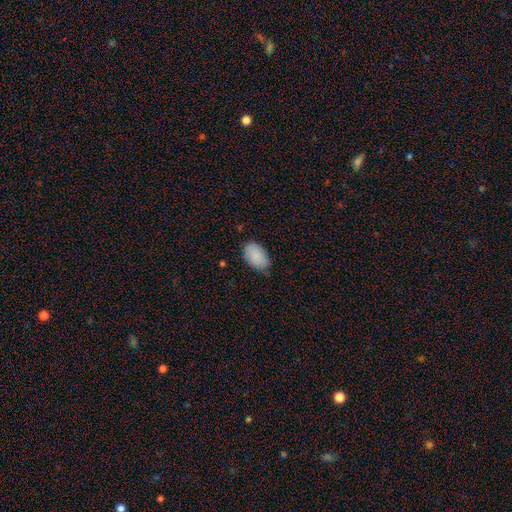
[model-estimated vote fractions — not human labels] Smooth or featured? smooth (89%)
How rounded? in between (93%)
Merging? none (69%)